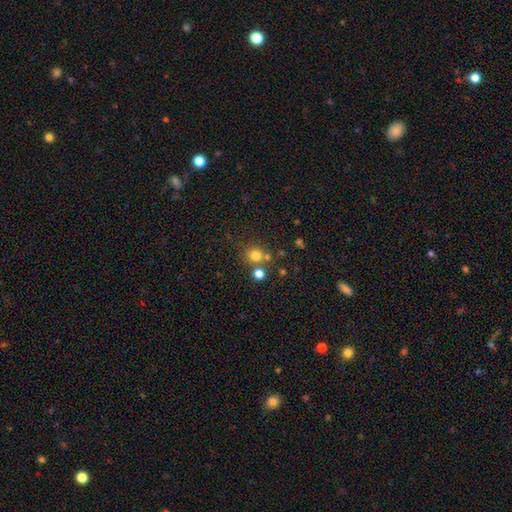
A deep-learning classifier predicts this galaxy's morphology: Overall: smooth (74%). How rounded: round (88%). Merging: none (66%).